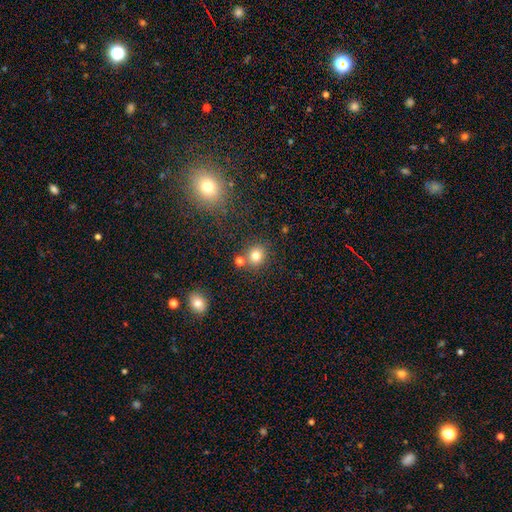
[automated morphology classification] Smooth or featured: smooth — 79% (star or artifact — 14%)
How rounded: round — 84% (in between — 15%)
Merging: none — 76% (merger — 12%)